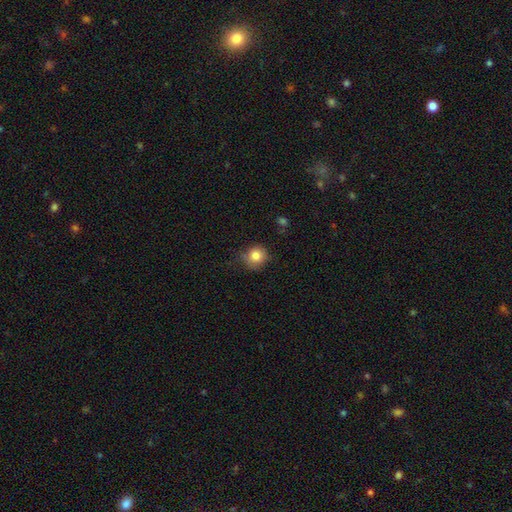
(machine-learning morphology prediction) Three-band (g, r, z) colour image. It shows a smooth galaxy with no disk features (83%) that is round (88%). Merging: none (71%).